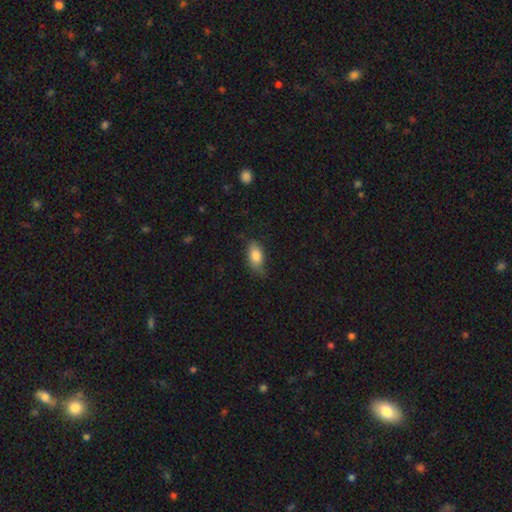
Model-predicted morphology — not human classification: Overall: smooth (82%). How rounded: in between (88%). Merging: none (69%).